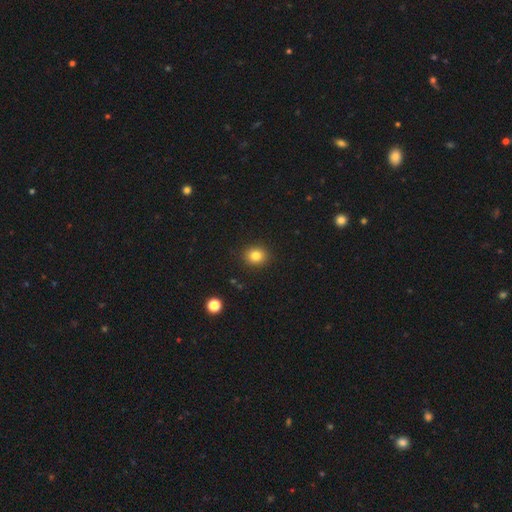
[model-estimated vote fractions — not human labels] A smooth galaxy with no disk features (82%) that is round (77%). Merging: none (91%).